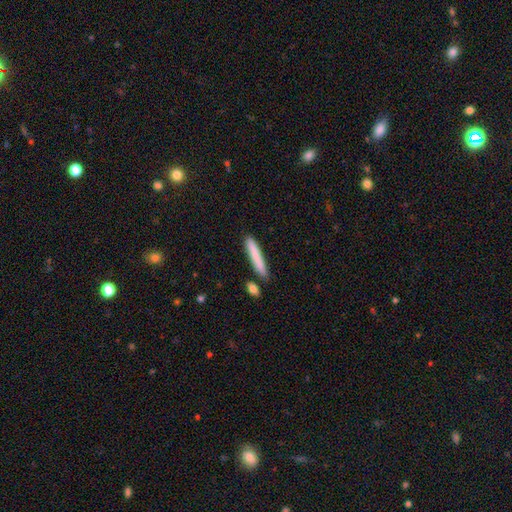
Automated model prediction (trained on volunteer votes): This appears to be a smooth galaxy with no disk features (79%) that is cigar-shaped (94%). Merging: none (81%).